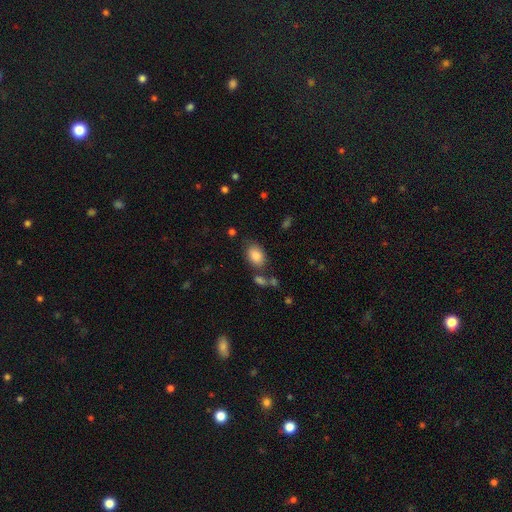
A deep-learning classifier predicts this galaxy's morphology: type=smooth (85%); roundness=in between (86%); merging=none (70%).